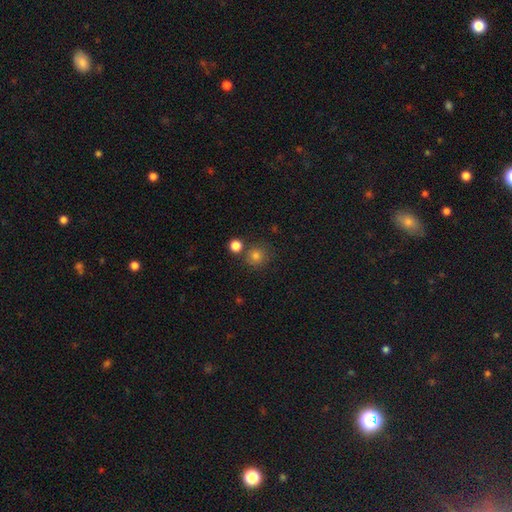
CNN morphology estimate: Smooth or featured? Predicted: smooth (p=0.78). How rounded? Predicted: round (p=0.92). Merging? Predicted: none (p=0.76).